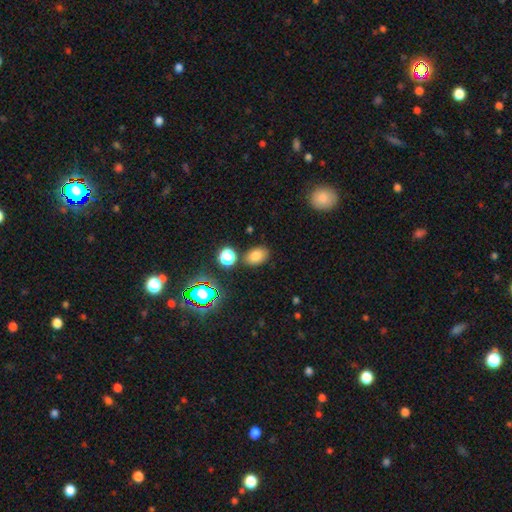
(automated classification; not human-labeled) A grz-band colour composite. It shows a smooth galaxy with no disk features (77%) that is in between round and cigar-shaped (78%). Merging: none (80%).